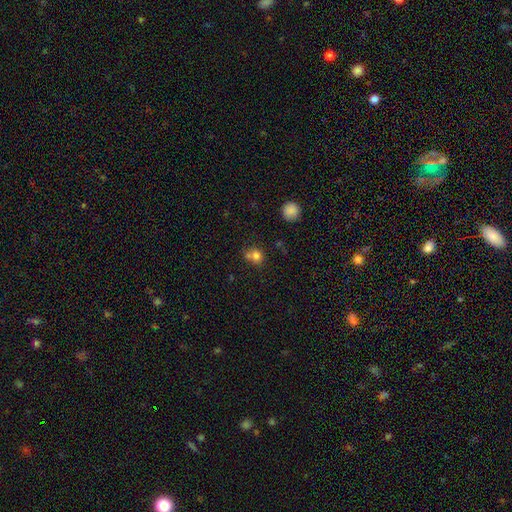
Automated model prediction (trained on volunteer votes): A smooth galaxy with no disk features (76%) that is round (78%).

Vote fractions:
- Smooth or featured? smooth: 76% / star or artifact: 13% / featured or disk: 11%
- How rounded? round: 78% / in between: 21% / cigar-shaped: 1%
- Merging? none: 47% / merger: 38% / minor disturbance: 11% / major disturbance: 4%